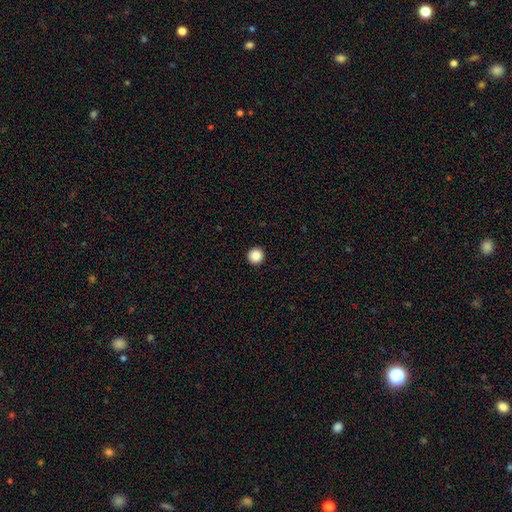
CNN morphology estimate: A smooth galaxy with no disk features (88%) that is round (97%).

Vote fractions:
- Smooth or featured? smooth: 88% / star or artifact: 10% / featured or disk: 2%
- How rounded? round: 97% / in between: 2% / cigar-shaped: 1%
- Merging? none: 94% / minor disturbance: 4% / major disturbance: 1% / merger: 1%